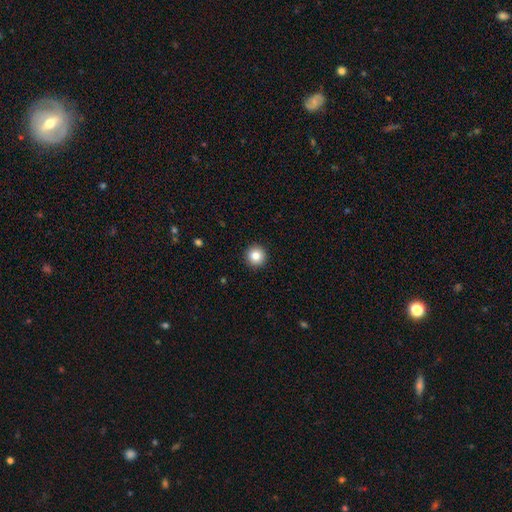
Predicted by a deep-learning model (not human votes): The model was most divided on "smooth or featured": smooth: 84%, star or artifact: 10%, featured or disk: 6%. More confident: how rounded — round (96%); merging — none (93%).